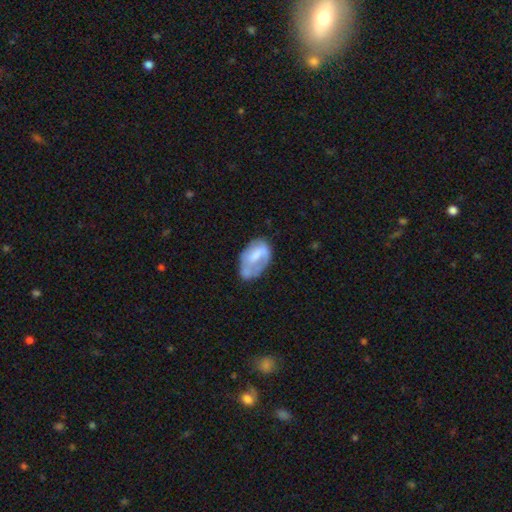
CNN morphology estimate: A smooth galaxy with no disk features (51%) that is in between round and cigar-shaped (90%).

Vote fractions:
- Smooth or featured? smooth: 51% / featured or disk: 42% / star or artifact: 7%
- How rounded? in between: 90% / round: 7% / cigar-shaped: 2%
- Merging? none: 40% / minor disturbance: 34% / major disturbance: 20% / merger: 6%